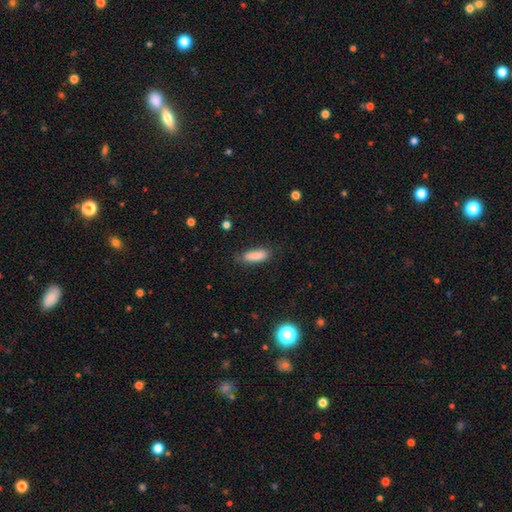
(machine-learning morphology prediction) Q: Smooth or featured?
A: smooth (86%); runner-up: star or artifact (7%)
Q: How rounded?
A: in between (51%); runner-up: cigar-shaped (47%)
Q: Merging?
A: none (76%); runner-up: minor disturbance (18%)